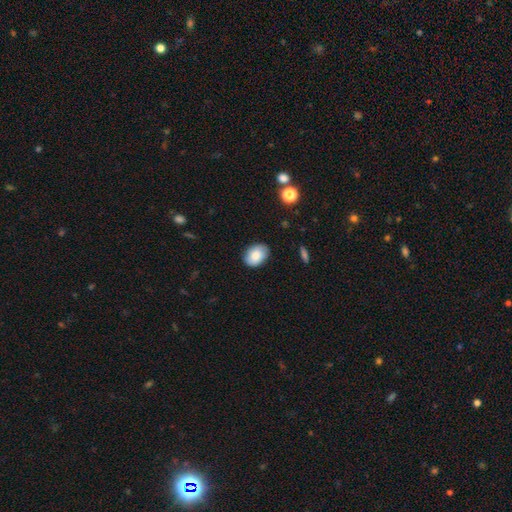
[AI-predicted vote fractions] A smooth galaxy with no disk features (80%) that is in between round and cigar-shaped (76%). Merging: none (84%).